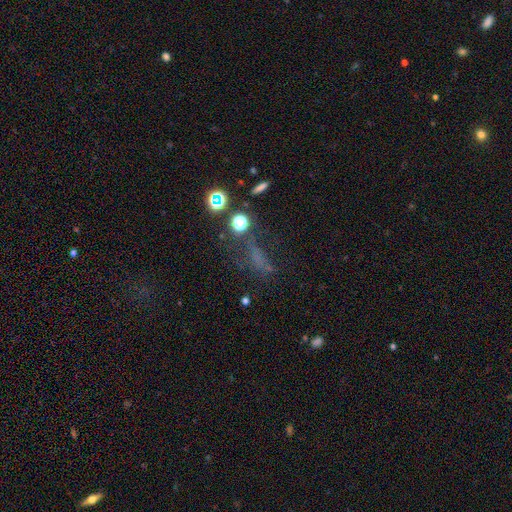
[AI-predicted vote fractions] Smooth or featured? star or artifact (41%)